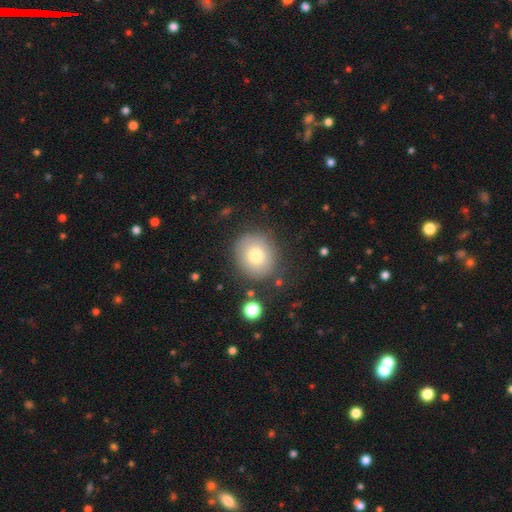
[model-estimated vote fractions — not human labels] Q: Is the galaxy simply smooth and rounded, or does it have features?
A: smooth — 74%.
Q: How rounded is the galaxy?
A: round — 85%.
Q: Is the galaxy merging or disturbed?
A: none — 82%.